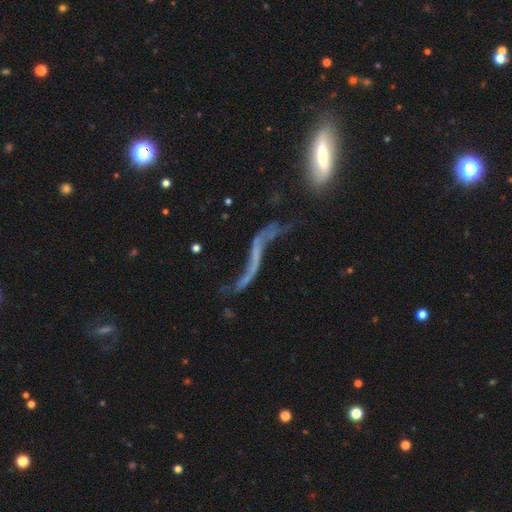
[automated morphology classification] This appears to be a featured or disk galaxy (71%) with no bar (55%), spiral arms (64%) and no central bulge (63%). Merging: none (39%).